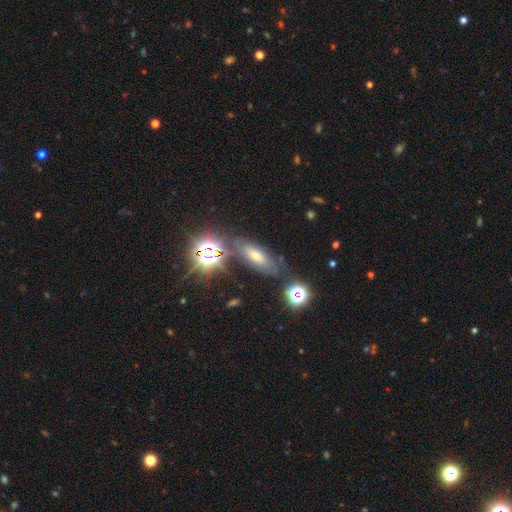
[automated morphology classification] type=smooth (38%); merging=none (70%).